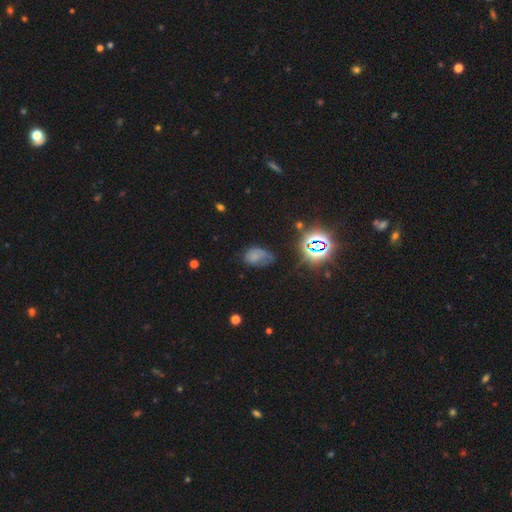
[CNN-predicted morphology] Q: Smooth or featured?
A: smooth (57%); runner-up: star or artifact (23%)
Q: How rounded?
A: in between (84%); runner-up: round (14%)
Q: Merging?
A: minor disturbance (34%); tied with: none (34%)